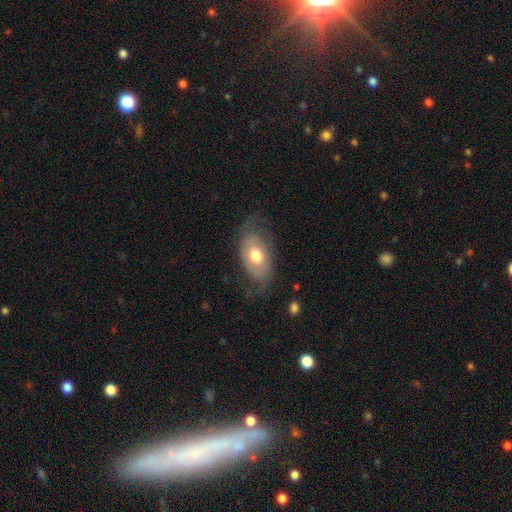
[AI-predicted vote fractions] A featured or disk galaxy (53%).

Vote fractions:
- Smooth or featured? featured or disk: 53% / smooth: 41% / star or artifact: 6%
- Edge-on disk? no: 91% / yes: 9%
- Merging? none: 58% / minor disturbance: 25% / major disturbance: 16% / merger: 1%